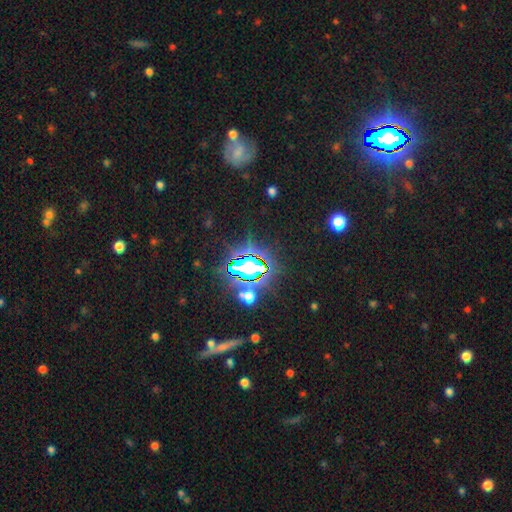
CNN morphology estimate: type=star or artifact (82%).